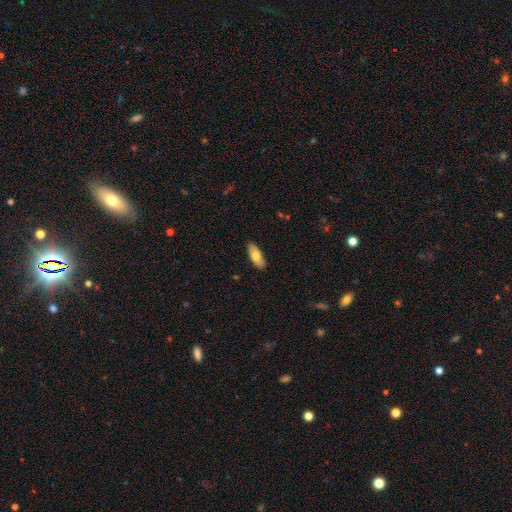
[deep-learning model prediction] The model was most divided on "how rounded": in between: 75%, cigar-shaped: 23%, round: 2%. More confident: merging — none (86%); smooth or featured — smooth (74%).